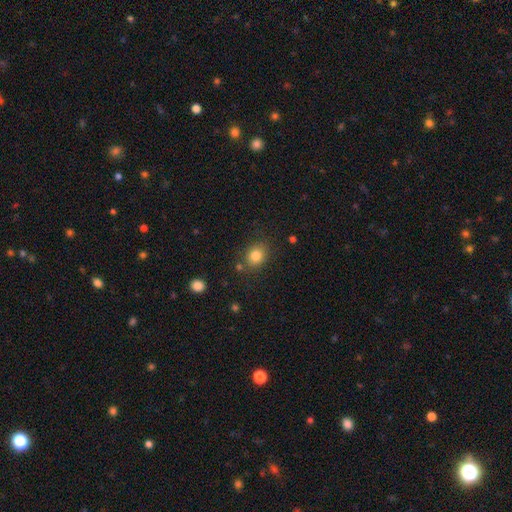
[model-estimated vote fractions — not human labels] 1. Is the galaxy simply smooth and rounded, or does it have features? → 82% smooth, 11% star or artifact, 7% featured or disk.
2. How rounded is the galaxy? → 53% round, 46% in between, 1% cigar-shaped.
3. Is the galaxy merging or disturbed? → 78% none, 13% minor disturbance, 5% merger, 4% major disturbance.